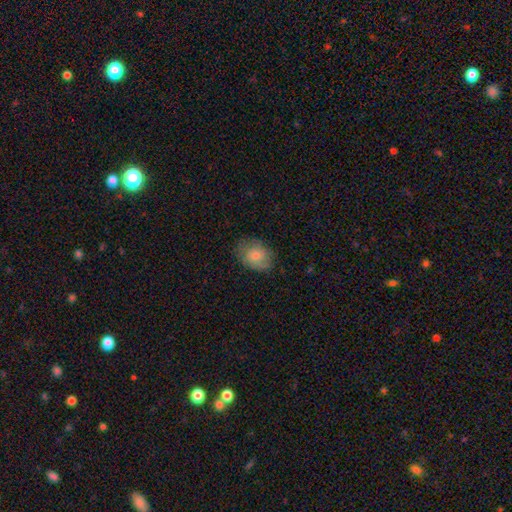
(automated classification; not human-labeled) Smooth or featured? Predicted: smooth (p=0.74). How rounded? Predicted: in between (p=0.62). Merging? Predicted: none (p=0.71).